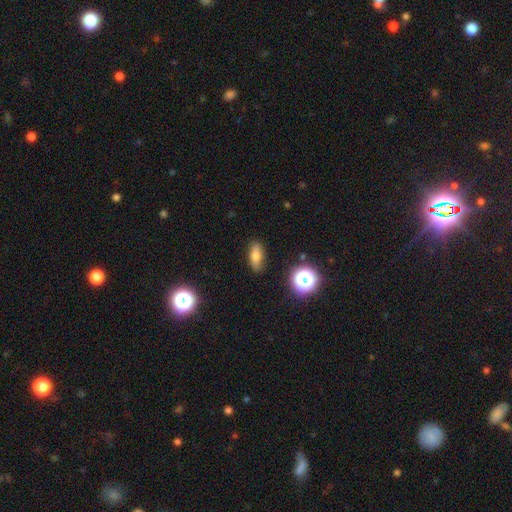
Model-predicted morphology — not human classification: This appears to be a smooth galaxy with no disk features (73%) that is in between round and cigar-shaped (71%). Merging: none (84%).